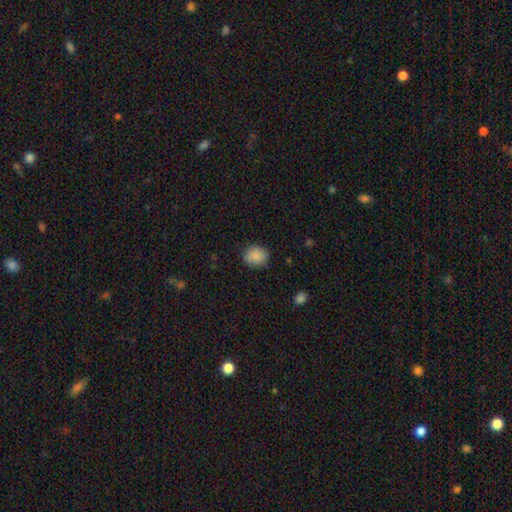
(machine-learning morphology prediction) Overall: smooth (88%). How rounded: round (68%; in between 31%). Merging: none (86%).